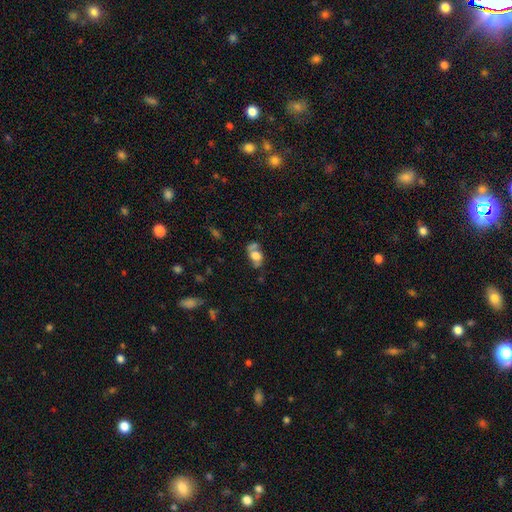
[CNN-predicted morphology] smooth-or-featured: smooth: 58% | featured or disk: 32% | star or artifact: 11%
  how-rounded: in between: 76% | round: 21% | cigar-shaped: 3%
  merging: none: 38% | merger: 27% | minor disturbance: 22% | major disturbance: 13%